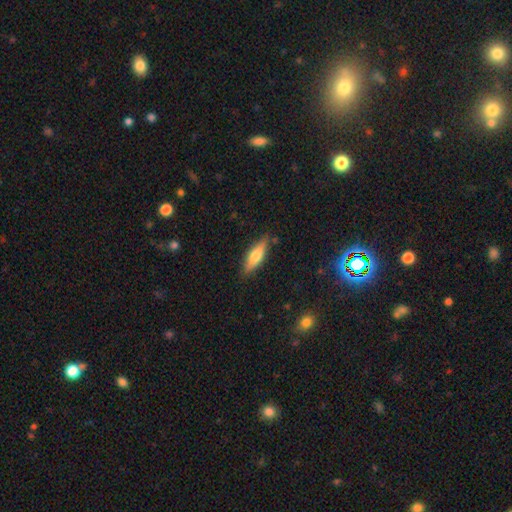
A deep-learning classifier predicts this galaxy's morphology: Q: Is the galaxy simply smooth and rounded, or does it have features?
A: smooth — 59%.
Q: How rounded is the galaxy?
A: cigar-shaped — 55%.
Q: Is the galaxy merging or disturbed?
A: none — 83%.